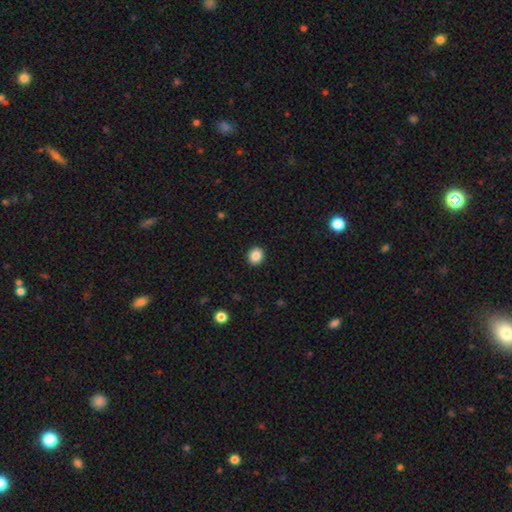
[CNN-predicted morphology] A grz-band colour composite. It shows a smooth galaxy with no disk features (86%) that is round (82%). Merging: none (92%).